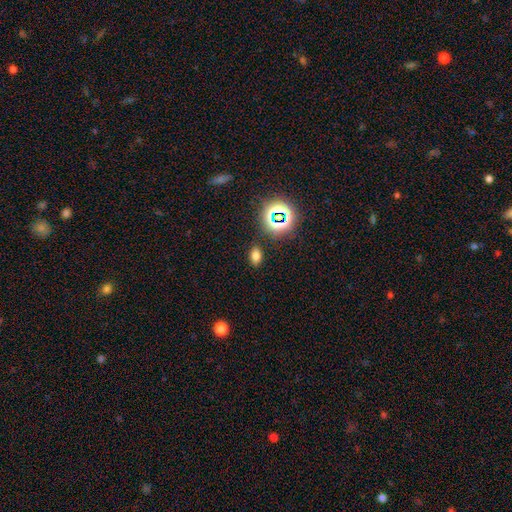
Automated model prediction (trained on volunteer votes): This is likely a smooth galaxy (69%). How rounded: clearly in between (83%). Merging: clearly none (86%).